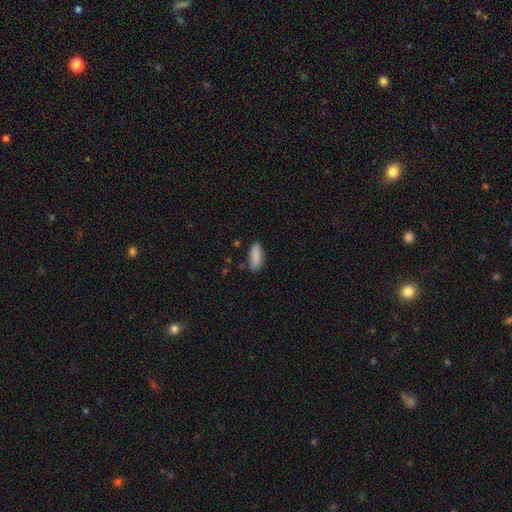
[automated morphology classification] A smooth galaxy with no disk features (88%) that is in between round and cigar-shaped (78%).

Vote fractions:
- Smooth or featured? smooth: 88% / star or artifact: 7% / featured or disk: 5%
- How rounded? in between: 78% / cigar-shaped: 20% / round: 2%
- Merging? none: 78% / minor disturbance: 16% / major disturbance: 3% / merger: 2%